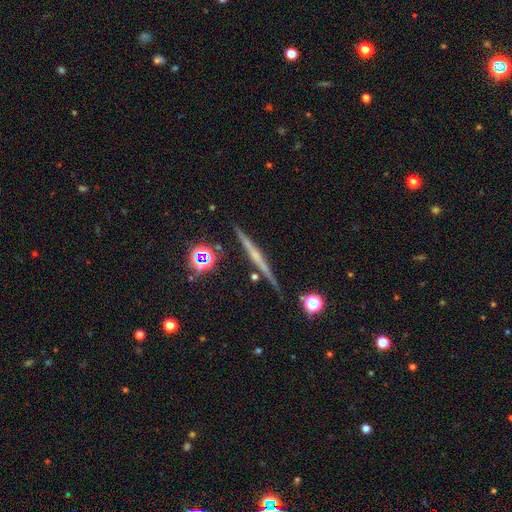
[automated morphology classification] type=featured or disk (71%); edge-on=yes (98%); edge-on bulge=none (49%); merging=none (89%).